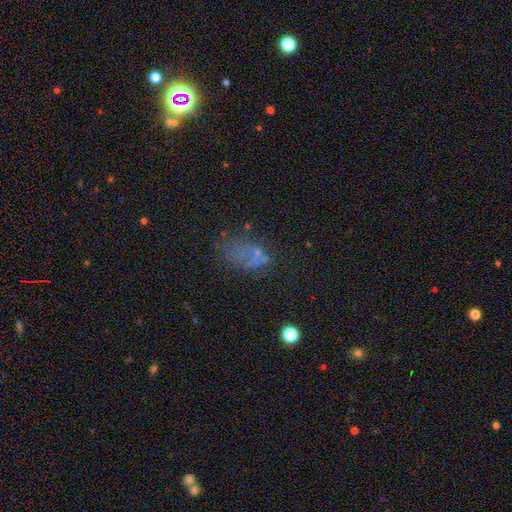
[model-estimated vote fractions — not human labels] Smooth or featured?
  - smooth: 43% *
  - star or artifact: 29%
  - featured or disk: 27%
Merging?
  - none: 44% *
  - major disturbance: 25%
  - minor disturbance: 22%
  - merger: 10%